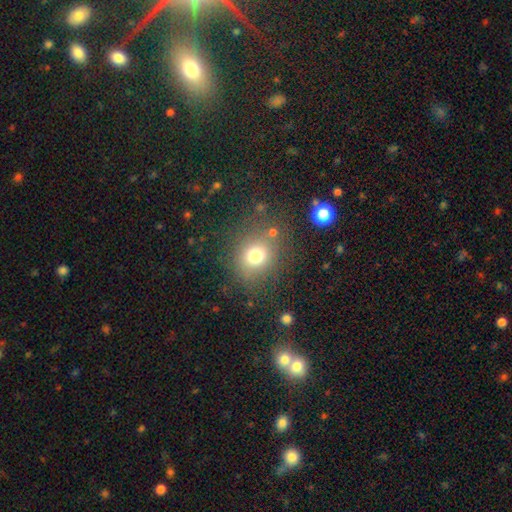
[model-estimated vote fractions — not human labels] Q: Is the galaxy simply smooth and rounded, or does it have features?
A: smooth — 72%.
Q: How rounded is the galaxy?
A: round — 73%.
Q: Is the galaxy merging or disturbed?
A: none — 74%.